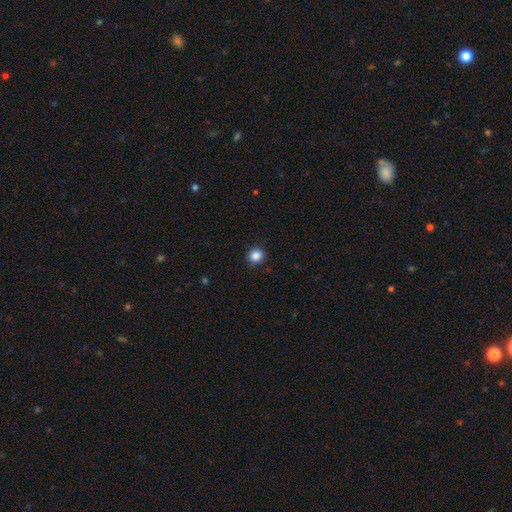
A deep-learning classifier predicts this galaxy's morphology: Smooth or featured? smooth (86%)
How rounded? round (89%)
Merging? none (91%)